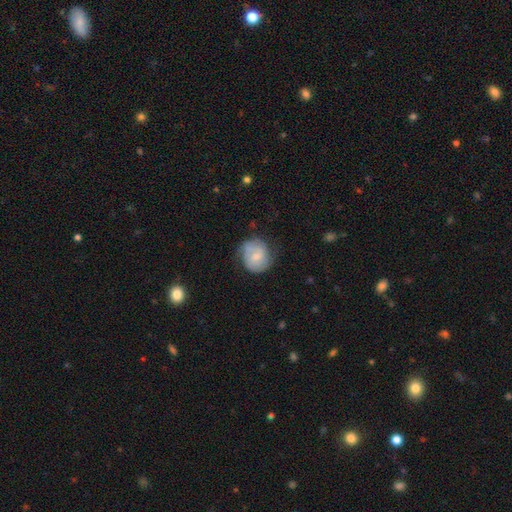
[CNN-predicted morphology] Smooth or featured? featured or disk (49%)
Merging? none (60%)